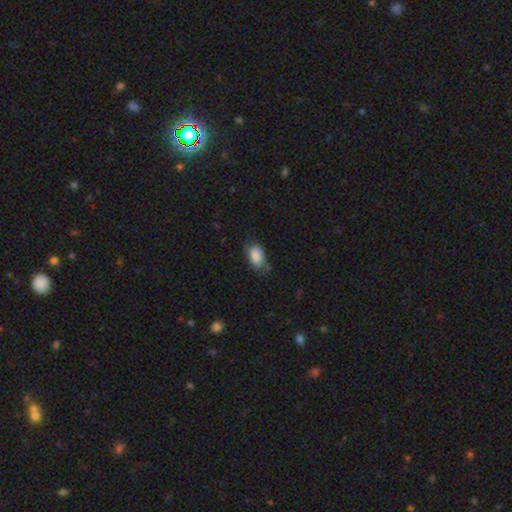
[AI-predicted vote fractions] Smooth or featured? smooth (86%)
How rounded? in between (89%)
Merging? none (58%)